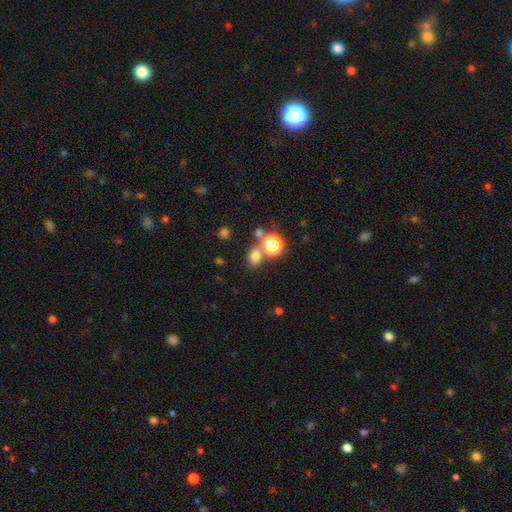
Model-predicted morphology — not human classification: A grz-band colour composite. It shows a smooth galaxy with no disk features (72%) that is round (67%). Merging: none (63%).